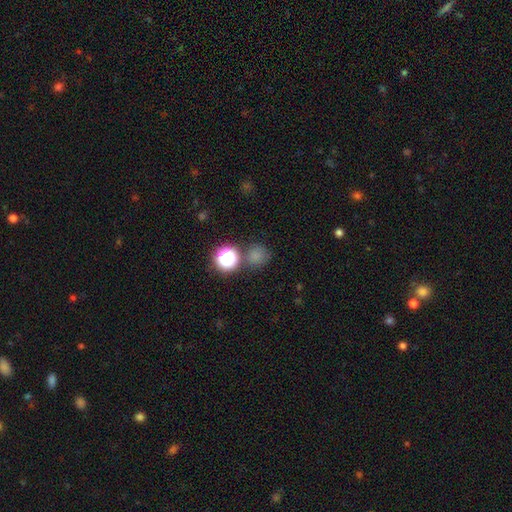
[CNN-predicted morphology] Smooth or featured? Predicted: smooth (p=0.72). How rounded? Predicted: round (p=0.89). Merging? Predicted: none (p=0.72).